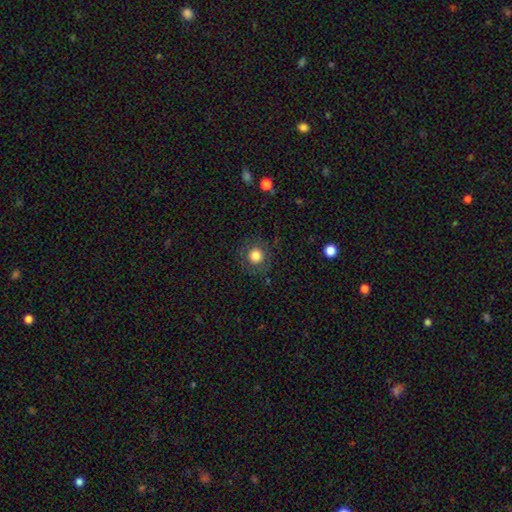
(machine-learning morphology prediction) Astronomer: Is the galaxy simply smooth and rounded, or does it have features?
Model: smooth — 79%.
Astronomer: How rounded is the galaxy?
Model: round — 93%.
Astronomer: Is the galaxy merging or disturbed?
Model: none — 85%.